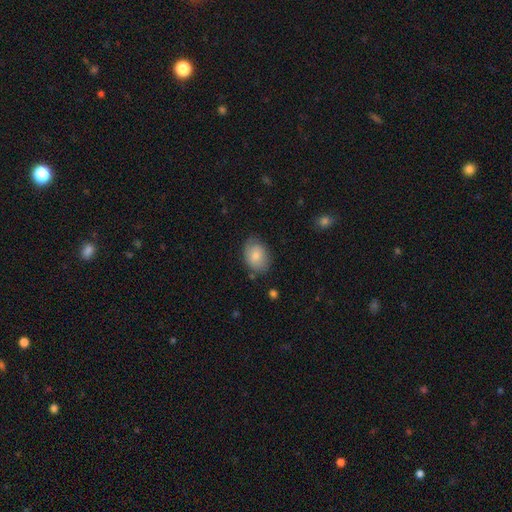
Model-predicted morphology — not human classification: A smooth galaxy with no disk features (76%) that is in between round and cigar-shaped (74%). Merging: none (69%).